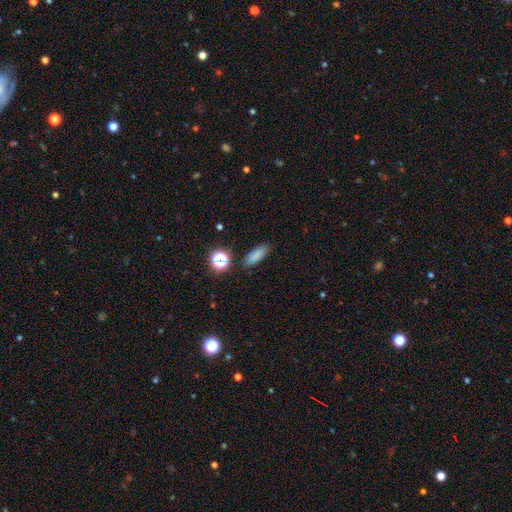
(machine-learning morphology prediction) The model was most divided on "how rounded": in between: 68%, cigar-shaped: 26%, round: 6%. More confident: merging — none (81%); smooth or featured — smooth (76%).